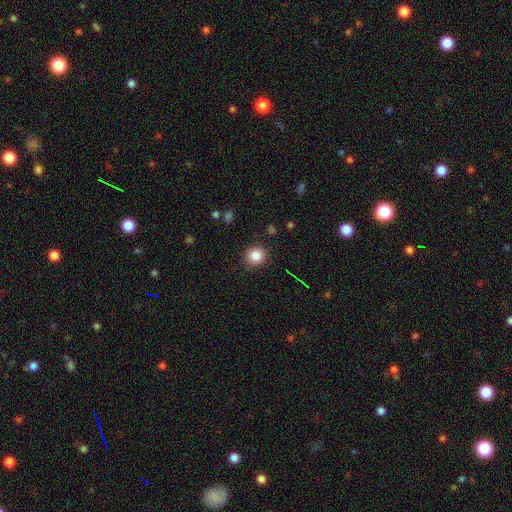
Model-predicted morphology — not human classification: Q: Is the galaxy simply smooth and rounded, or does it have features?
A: smooth — 83%.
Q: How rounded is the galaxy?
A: round — 91%.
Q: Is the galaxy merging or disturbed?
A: none — 89%.